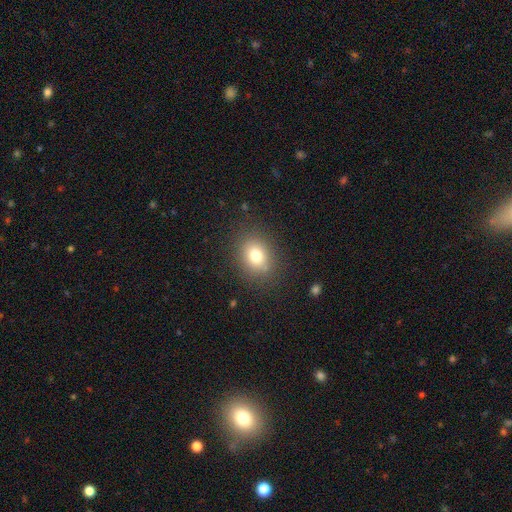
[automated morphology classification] This appears to be a smooth galaxy with no disk features (77%) that is round (56%). Merging: none (84%).